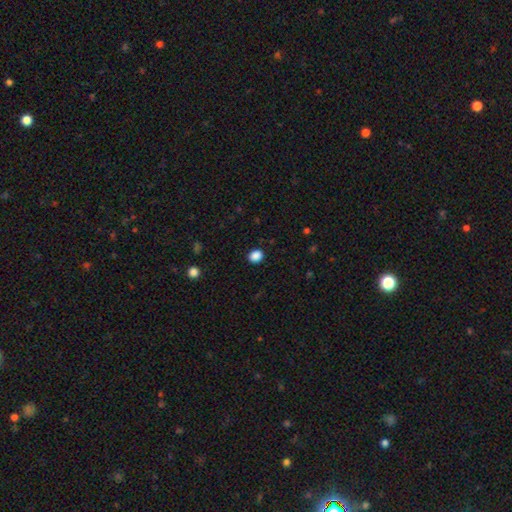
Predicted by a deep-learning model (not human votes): Morphology: type=smooth (88%); roundness=round (57%); merging=none (90%).